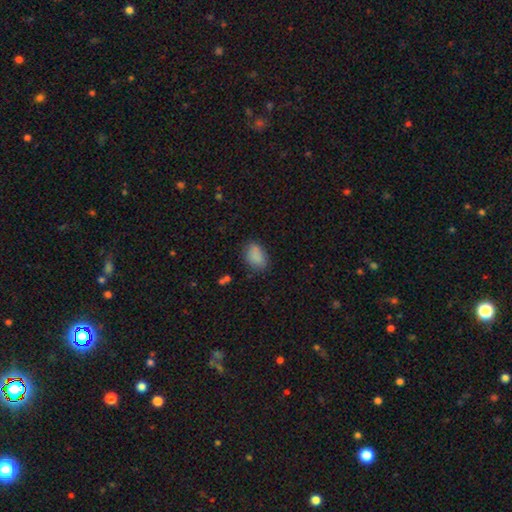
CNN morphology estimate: Smooth or featured? smooth (86%)
How rounded? in between (84%)
Merging? none (74%)